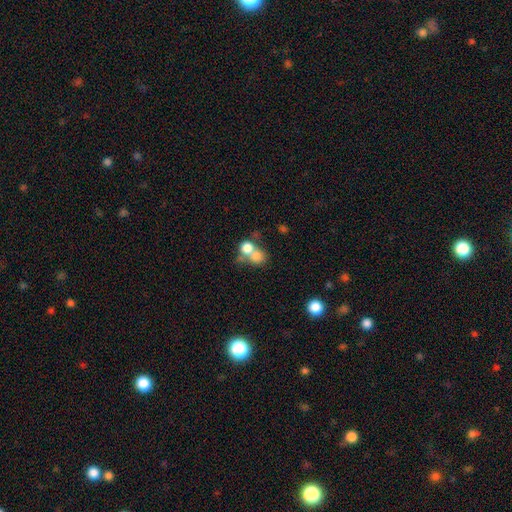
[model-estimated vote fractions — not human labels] Smooth or featured? Predicted: smooth (p=0.74). How rounded? Predicted: round (p=0.72). Merging? Predicted: merger (p=0.61).